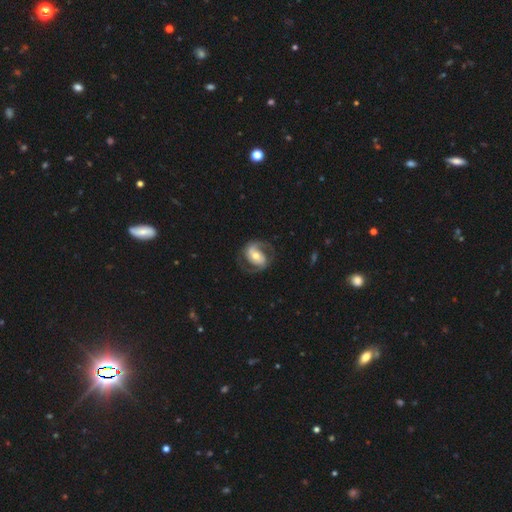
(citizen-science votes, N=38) A featured or disk galaxy (76%) with no bar (54%), 2 (79%) tight (38%, tied with medium) spiral arms (86%) and a moderate central bulge (57%). Merging: none (74%).